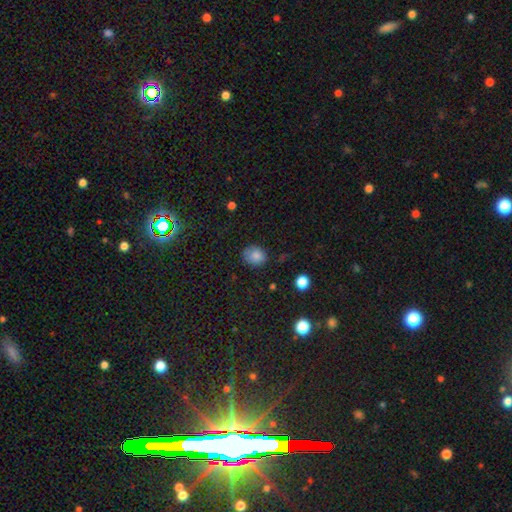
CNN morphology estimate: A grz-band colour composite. It shows a smooth galaxy with no disk features (83%) that is round (60%). Merging: none (75%).